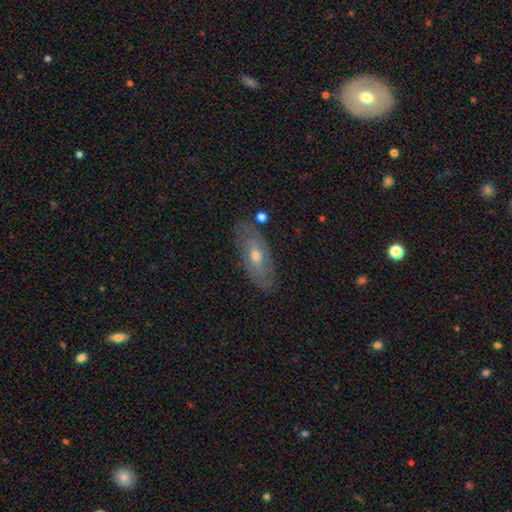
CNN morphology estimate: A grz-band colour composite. It shows a featured or disk galaxy (52%). Merging: none (83%).